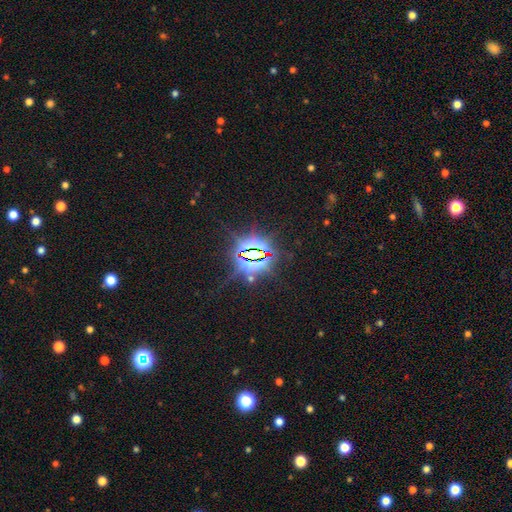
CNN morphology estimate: Smooth or featured: star or artifact — 85% (smooth — 8%)